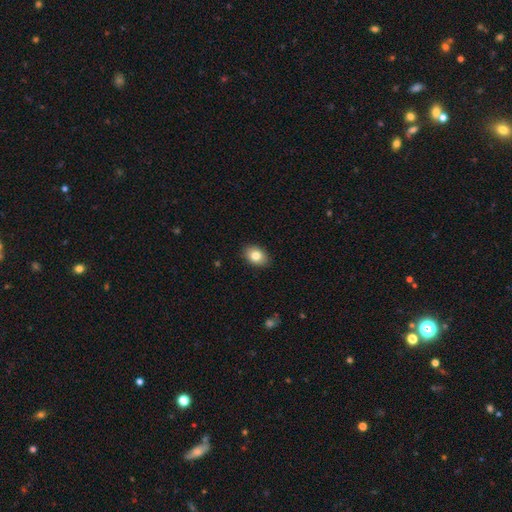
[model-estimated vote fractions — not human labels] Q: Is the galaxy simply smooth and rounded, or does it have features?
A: smooth — 82%.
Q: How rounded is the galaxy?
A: in between — 79%.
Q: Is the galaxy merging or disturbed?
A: none — 89%.